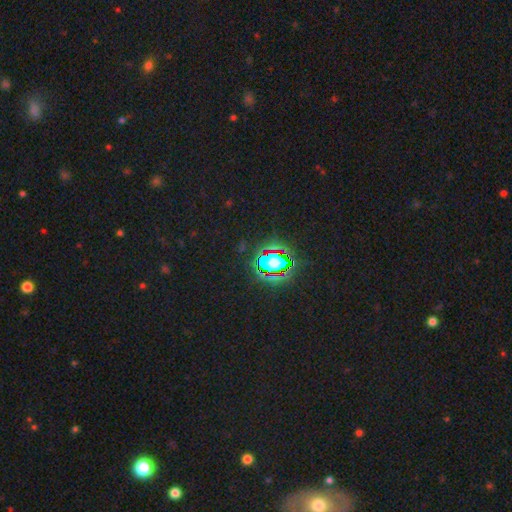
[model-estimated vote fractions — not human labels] A star or artifact, not a galaxy (83%).

Vote fractions:
- Smooth or featured? star or artifact: 83% / smooth: 11% / featured or disk: 6%